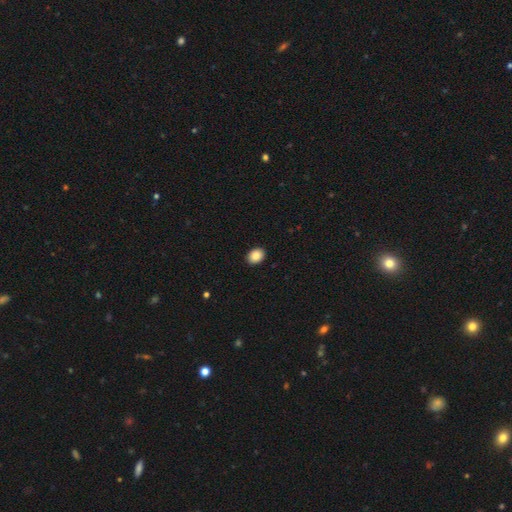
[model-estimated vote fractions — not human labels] This appears to be a smooth galaxy with no disk features (86%) that is in between round and cigar-shaped (63%). Merging: none (92%).